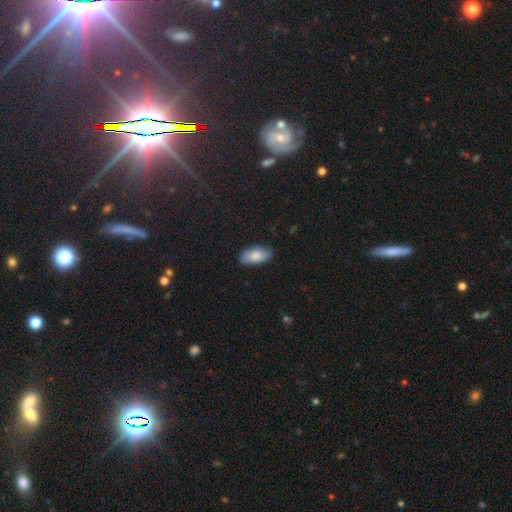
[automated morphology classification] The model was most divided on "smooth or featured": smooth: 77%, featured or disk: 16%, star or artifact: 7%. More confident: how rounded — in between (92%); merging — none (81%).